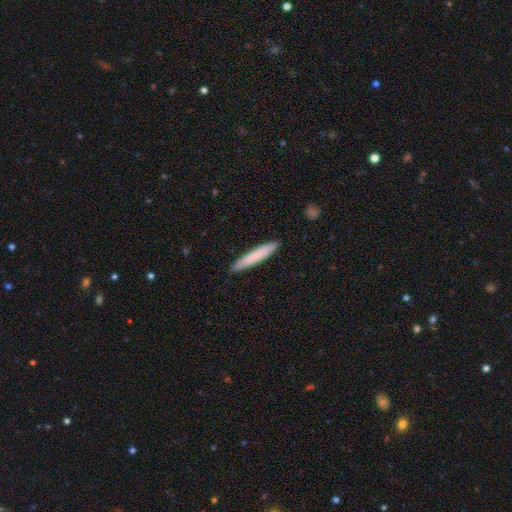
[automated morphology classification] A smooth galaxy with no disk features (76%) that is cigar-shaped (94%). Merging: none (91%).